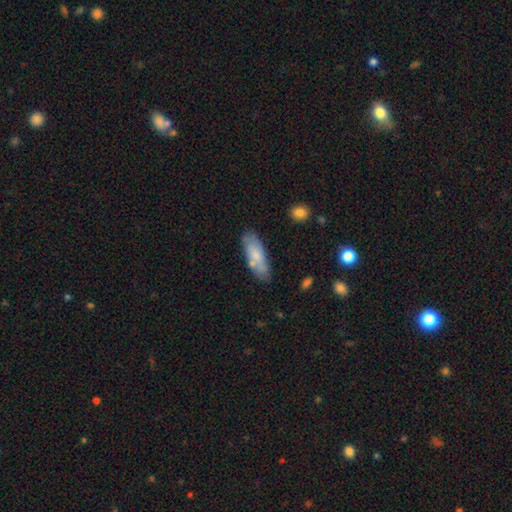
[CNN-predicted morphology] smooth_or_featured: smooth (p=0.71) [alt: featured or disk p=0.23]
how_rounded: in between (p=0.66) [alt: cigar-shaped p=0.32]
merging: none (p=0.73) [alt: minor disturbance p=0.17]